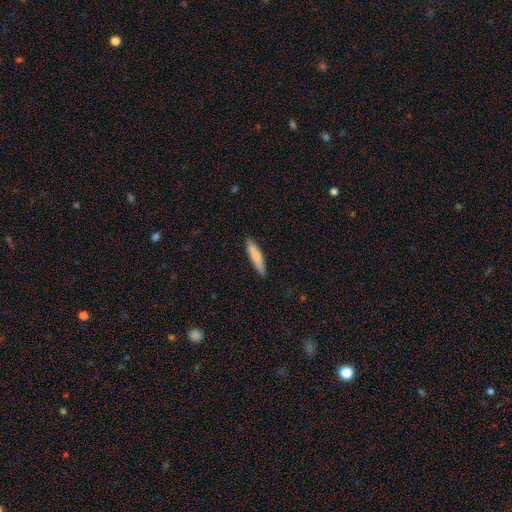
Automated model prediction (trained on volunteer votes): Smooth or featured? Predicted: smooth (p=0.69). How rounded? Predicted: cigar-shaped (p=0.77). Merging? Predicted: none (p=0.86).